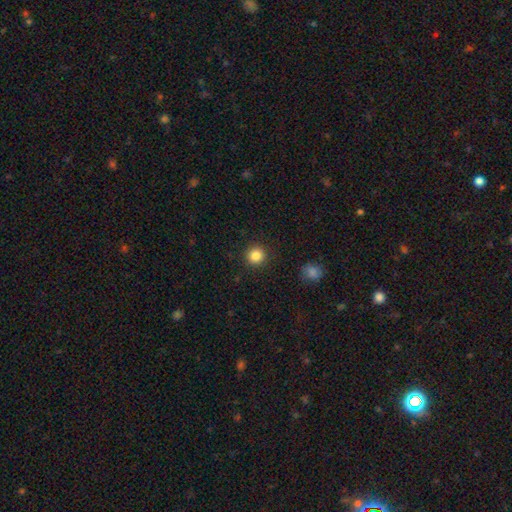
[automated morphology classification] This is clearly a smooth galaxy (85%). How rounded: clearly round (94%). Merging: clearly none (92%).